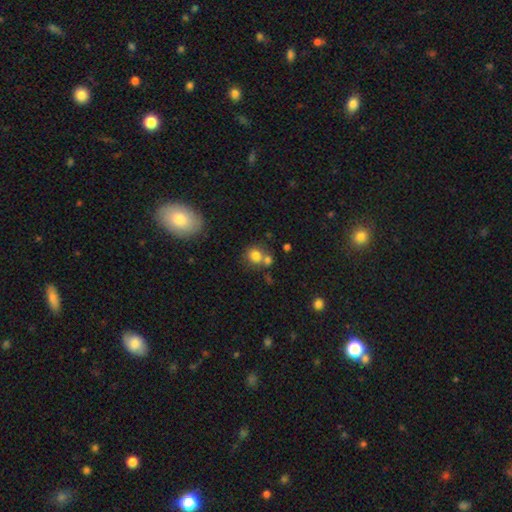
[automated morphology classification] The model was most divided on "merging": none: 52%, merger: 32%, minor disturbance: 11%, major disturbance: 4%. More confident: how rounded — round (80%); smooth or featured — smooth (79%).